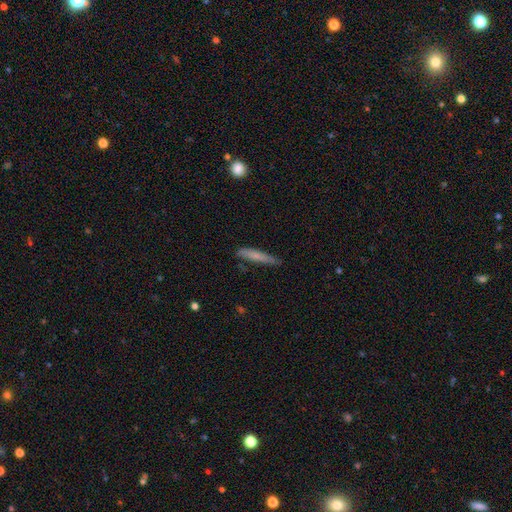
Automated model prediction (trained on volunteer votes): A smooth galaxy with no disk features (69%) that is cigar-shaped (92%).

Vote fractions:
- Smooth or featured? smooth: 69% / featured or disk: 25% / star or artifact: 7%
- How rounded? cigar-shaped: 92% / in between: 7% / round: 2%
- Merging? none: 76% / minor disturbance: 19% / major disturbance: 3% / merger: 2%